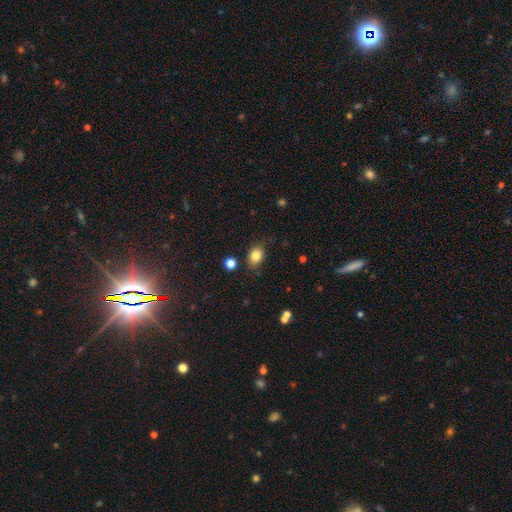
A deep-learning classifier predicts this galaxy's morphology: Overall: smooth (83%). How rounded: in between (67%; round 31%). Merging: none (80%).